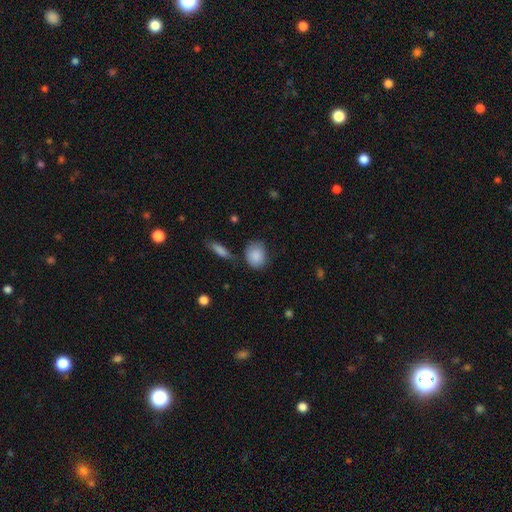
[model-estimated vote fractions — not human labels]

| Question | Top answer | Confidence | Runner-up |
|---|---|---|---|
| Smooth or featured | smooth | 88% | star or artifact (7%) |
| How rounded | round | 59% | in between (40%) |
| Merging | none | 71% | minor disturbance (19%) |